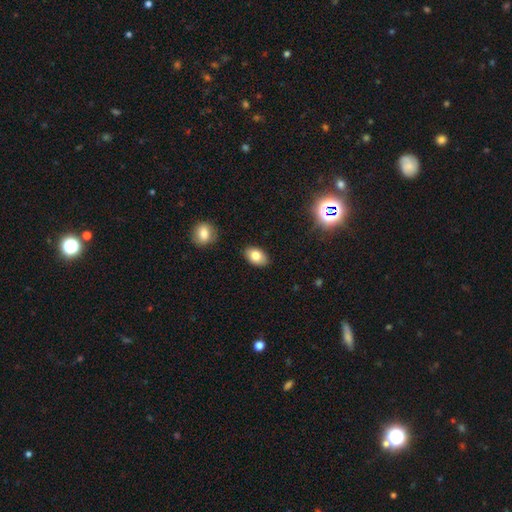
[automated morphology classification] smooth_or_featured: smooth (p=0.81) [alt: featured or disk p=0.10]
how_rounded: in between (p=0.88) [alt: round p=0.11]
merging: none (p=0.87) [alt: minor disturbance p=0.09]